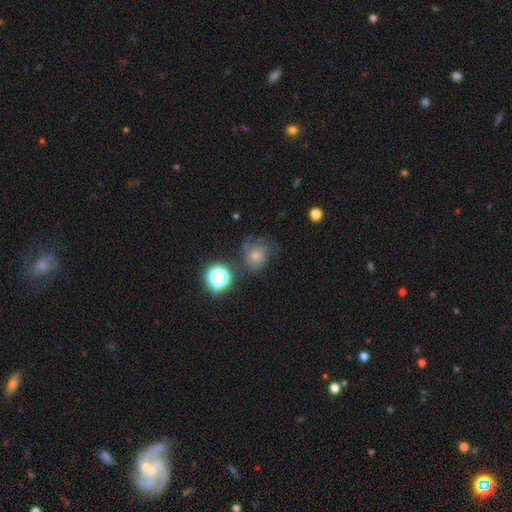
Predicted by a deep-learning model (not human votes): A featured or disk galaxy (37%). Merging: none (68%).